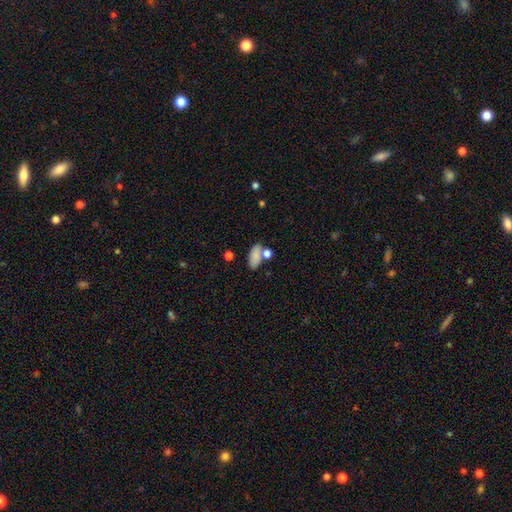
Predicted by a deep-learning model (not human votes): This is clearly a smooth galaxy (83%). How rounded: clearly in between (88%). Merging: possibly none (59%).